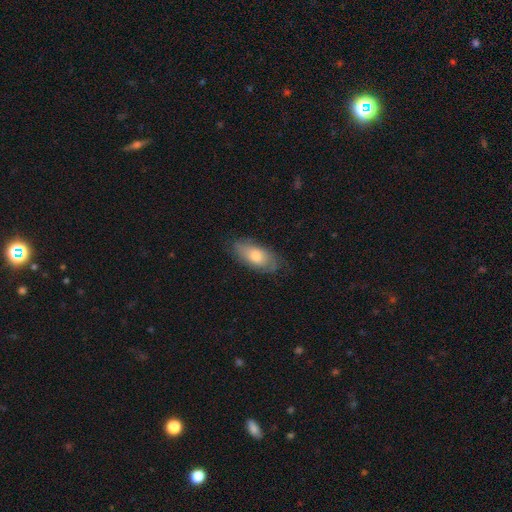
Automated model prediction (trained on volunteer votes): smooth 54%, featured or disk 39%, star or artifact 7%. Down the decision tree: how rounded — in between (84%); merging — none (72%).